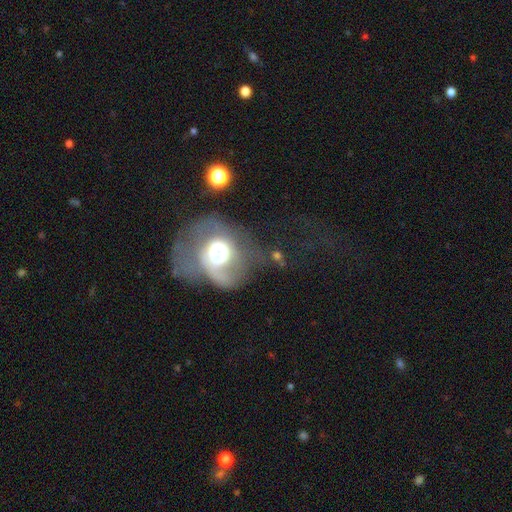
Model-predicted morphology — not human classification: The model was most divided on "spiral arms": no: 53%, yes: 47%. Remaining: edge-on disk — no (94%); bar — no (75%); smooth or featured — featured or disk (56%); bulge size — moderate (53%); merging — major disturbance (50%).